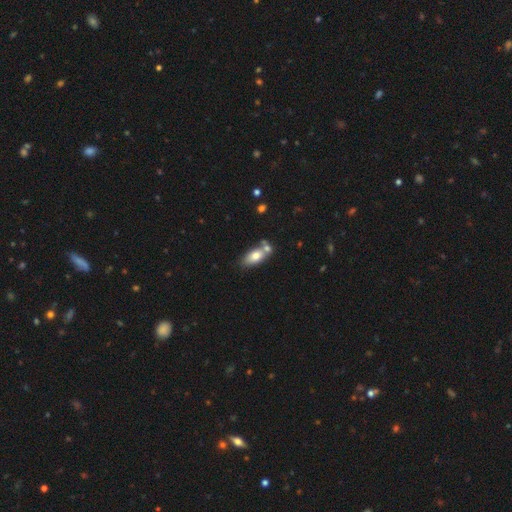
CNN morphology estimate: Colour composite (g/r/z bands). It shows a smooth galaxy with no disk features (73%) that is in between round and cigar-shaped (86%). Merging: none (47%).